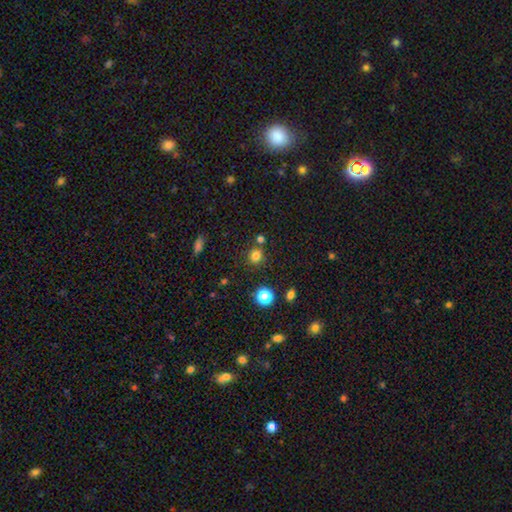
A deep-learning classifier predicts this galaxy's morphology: Overall: smooth (77%). How rounded: round (84%). Merging: none (74%).